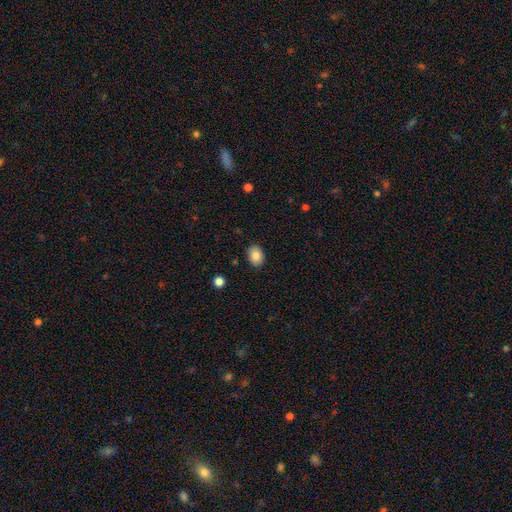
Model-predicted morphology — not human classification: Smooth or featured?
  - smooth: 84% *
  - star or artifact: 8%
  - featured or disk: 8%
How rounded?
  - in between: 70% *
  - round: 29%
  - cigar-shaped: 1%
Merging?
  - none: 88% *
  - minor disturbance: 9%
  - major disturbance: 2%
  - merger: 1%